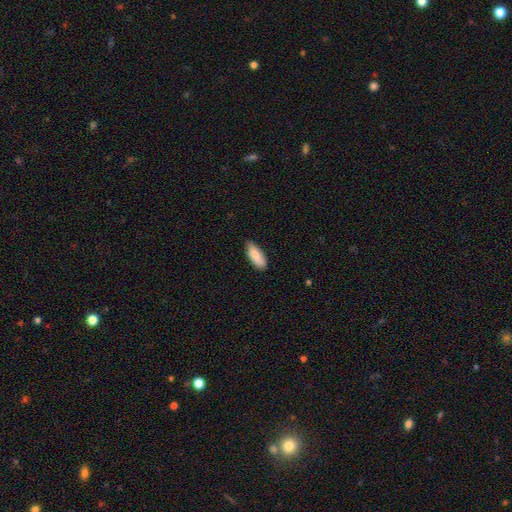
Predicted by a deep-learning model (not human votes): Smooth or featured: smooth — 87% (featured or disk — 7%)
How rounded: in between — 81% (cigar-shaped — 17%)
Merging: none — 78% (minor disturbance — 18%)